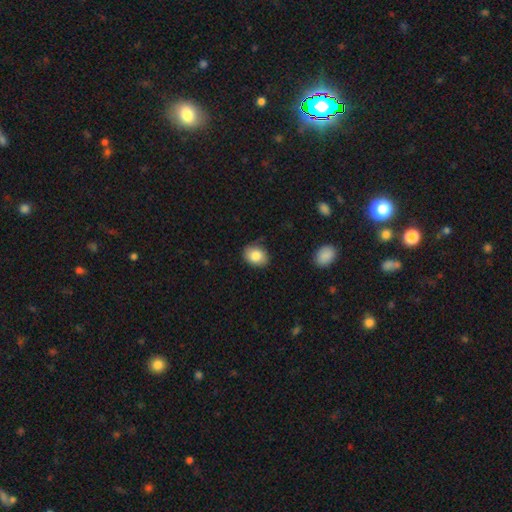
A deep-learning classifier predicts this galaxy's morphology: type=smooth (84%); roundness=in between (61%); merging=none (80%).